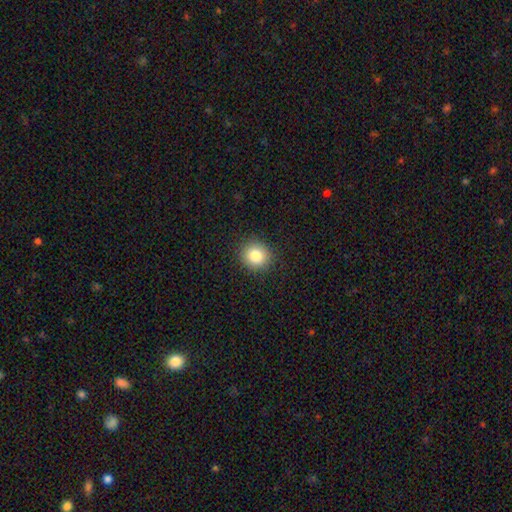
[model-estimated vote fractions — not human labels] The model was most divided on "how rounded": round: 85%, in between: 14%, cigar-shaped: 1%. More confident: merging — none (90%); smooth or featured — smooth (83%).